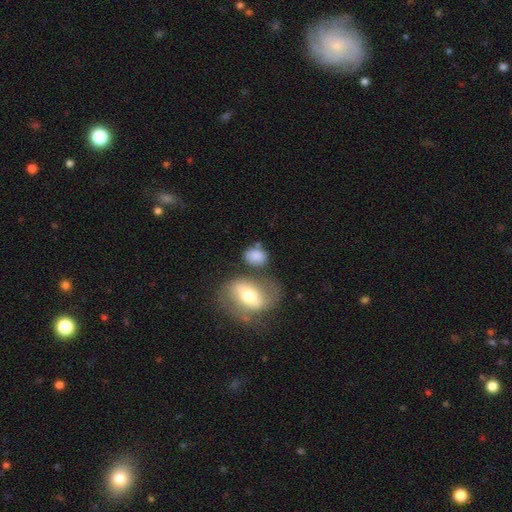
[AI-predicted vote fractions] Smooth or featured: smooth — 81% (featured or disk — 12%)
How rounded: in between — 62% (round — 36%)
Merging: none — 60% (minor disturbance — 18%)